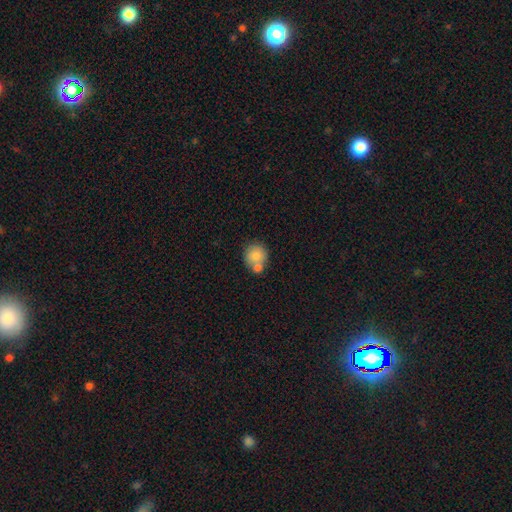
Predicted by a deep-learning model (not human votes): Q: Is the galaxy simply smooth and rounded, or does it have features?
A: smooth — 78%.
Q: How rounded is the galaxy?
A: round — 88%.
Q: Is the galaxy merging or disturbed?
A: none — 52%.